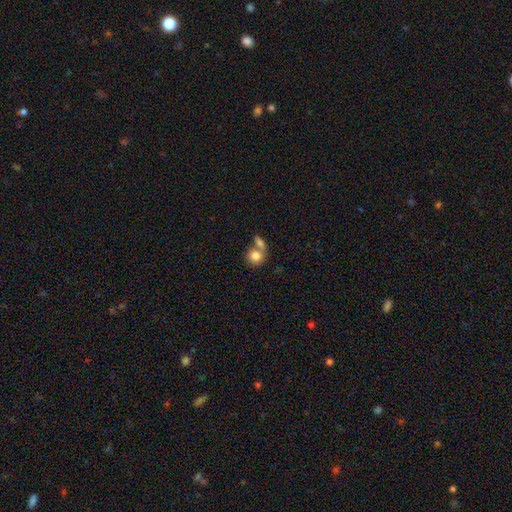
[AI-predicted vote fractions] This is clearly a smooth galaxy (81%). How rounded: likely round (76%). Merging: possibly merger (50%).